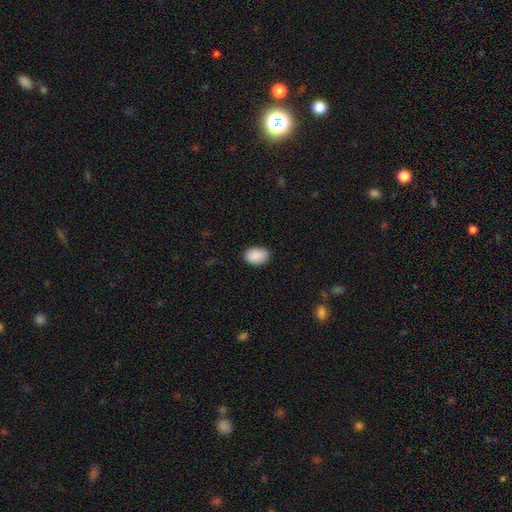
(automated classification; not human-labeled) This is clearly a smooth galaxy (90%). How rounded: clearly in between (83%). Merging: clearly none (83%).